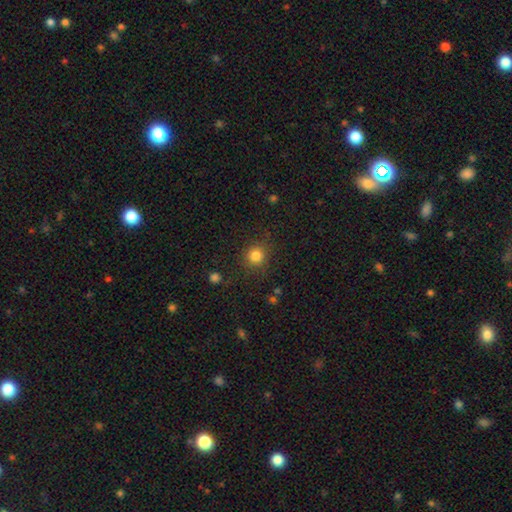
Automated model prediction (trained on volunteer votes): Smooth or featured?
  - smooth: 83% *
  - star or artifact: 12%
  - featured or disk: 5%
How rounded?
  - round: 90% *
  - in between: 9%
  - cigar-shaped: 1%
Merging?
  - none: 85% *
  - minor disturbance: 9%
  - major disturbance: 4%
  - merger: 2%